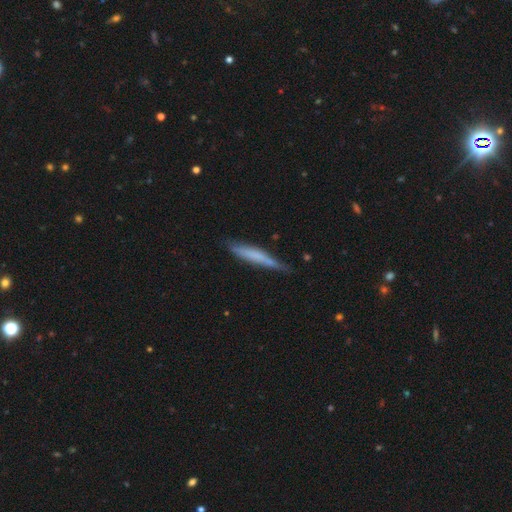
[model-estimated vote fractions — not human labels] Smooth or featured? Predicted: smooth (p=0.57). How rounded? Predicted: cigar-shaped (p=0.93). Merging? Predicted: none (p=0.68).